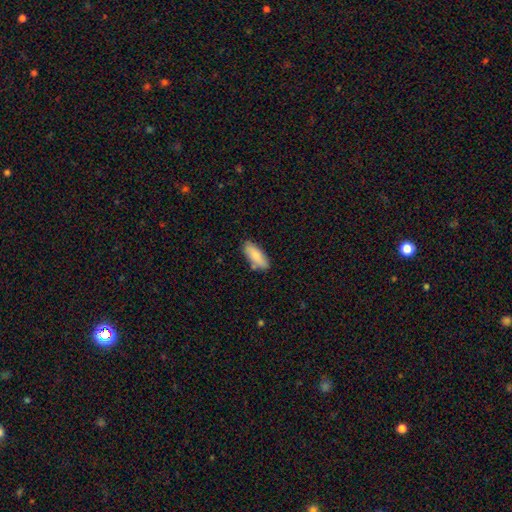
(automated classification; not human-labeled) Overall: smooth (86%). How rounded: in between (74%). Merging: none (78%).